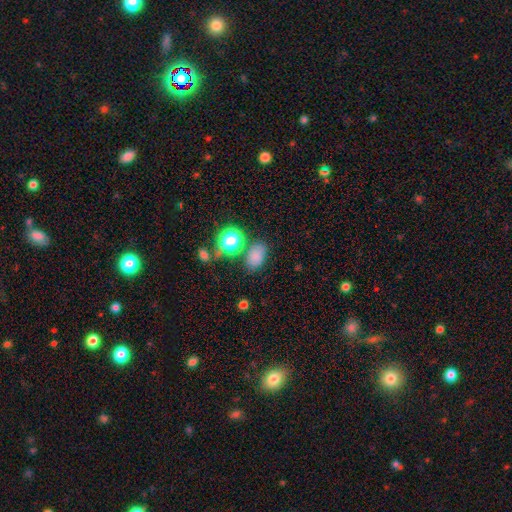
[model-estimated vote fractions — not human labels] Morphology: type=smooth (75%); roundness=in between (76%); merging=none (71%).